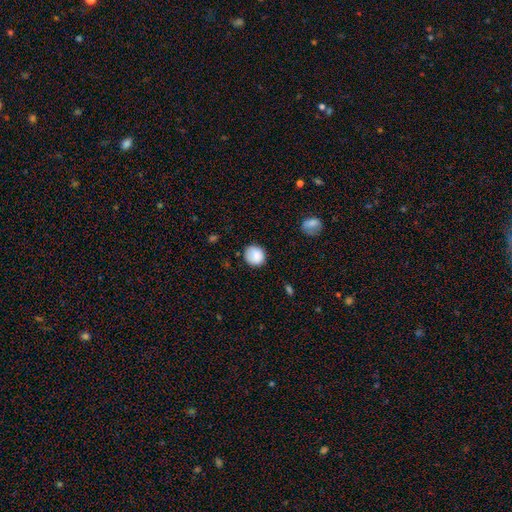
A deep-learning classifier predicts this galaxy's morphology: This is clearly a smooth galaxy (85%). How rounded: clearly round (85%). Merging: clearly none (81%).